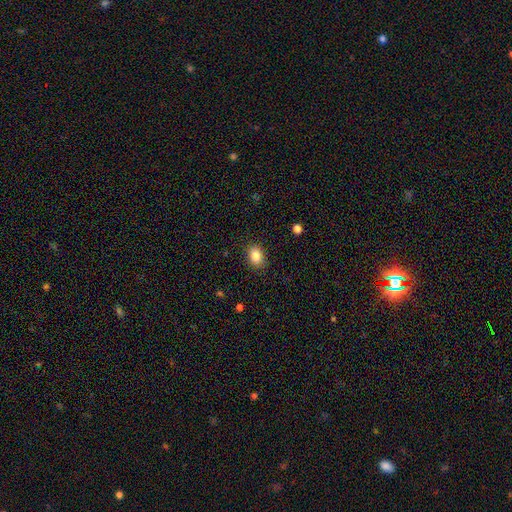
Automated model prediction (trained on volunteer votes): smooth_or_featured: smooth (p=0.86) [alt: star or artifact p=0.09]
how_rounded: in between (p=0.70) [alt: round p=0.29]
merging: none (p=0.87) [alt: minor disturbance p=0.10]